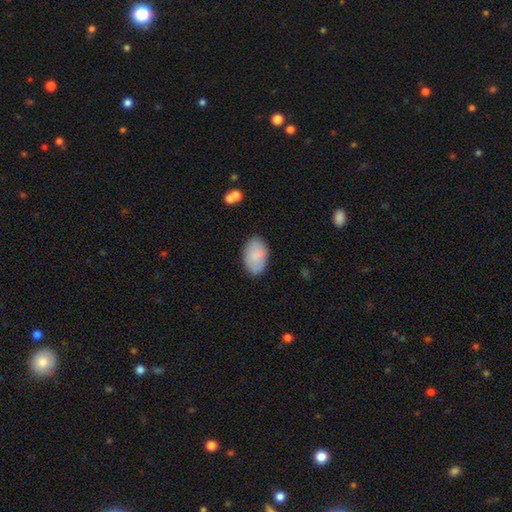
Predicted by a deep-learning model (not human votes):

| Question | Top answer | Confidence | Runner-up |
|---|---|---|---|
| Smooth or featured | smooth | 83% | featured or disk (11%) |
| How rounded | in between | 93% | round (6%) |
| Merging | none | 81% | minor disturbance (14%) |